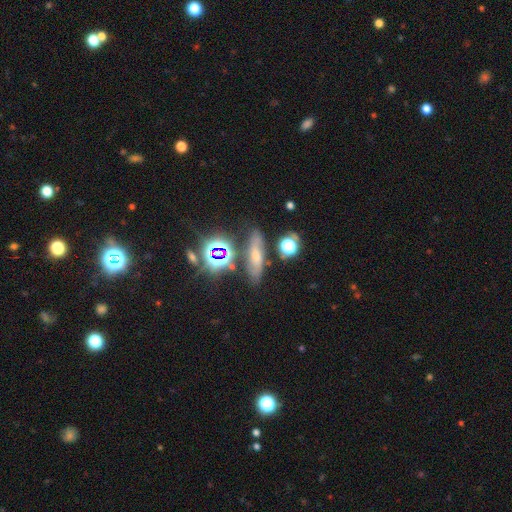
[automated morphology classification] type=star or artifact (38%).